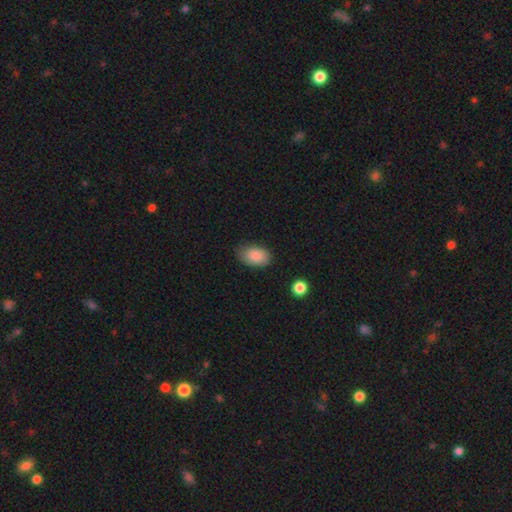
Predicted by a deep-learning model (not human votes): Smooth or featured? Predicted: smooth (p=0.86). How rounded? Predicted: in between (p=0.89). Merging? Predicted: none (p=0.68).